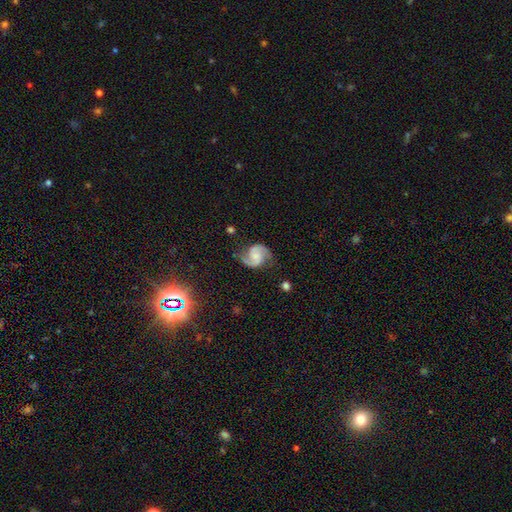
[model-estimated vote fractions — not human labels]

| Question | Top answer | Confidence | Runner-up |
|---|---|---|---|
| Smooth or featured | featured or disk | 88% | smooth (7%) |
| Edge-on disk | no | 98% | yes (2%) |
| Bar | no | 57% | weak (35%) |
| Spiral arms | yes | 98% | no (2%) |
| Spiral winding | medium | 56% | loose (25%) |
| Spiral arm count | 2 | 94% | can't tell (2%) |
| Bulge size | none | 40% | small (32%) |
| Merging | none | 79% | minor disturbance (15%) |